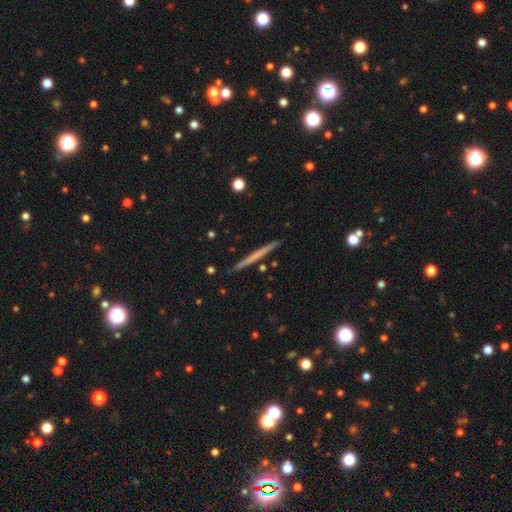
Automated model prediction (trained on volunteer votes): Smooth or featured: smooth — 47% (tied with featured or disk — 47%)
Merging: none — 91% (minor disturbance — 6%)